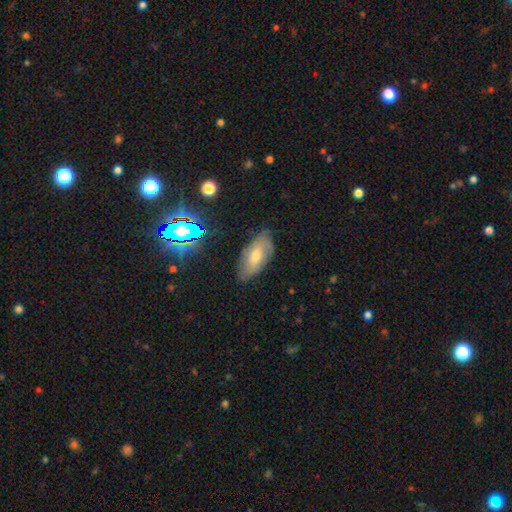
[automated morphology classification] Smooth or featured: smooth — 50% (featured or disk — 38%)
Merging: none — 75% (minor disturbance — 19%)